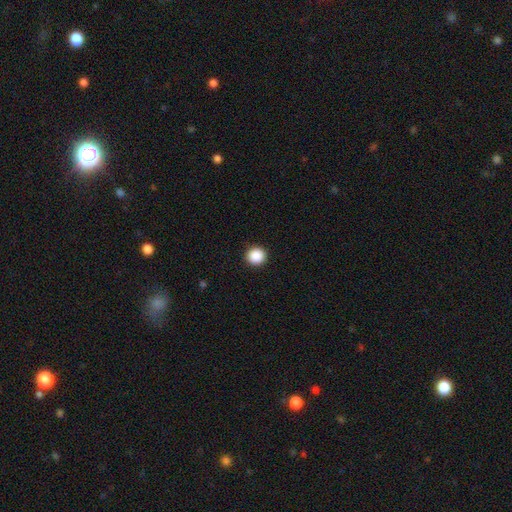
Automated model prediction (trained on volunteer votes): Smooth or featured?
  - smooth: 89% *
  - star or artifact: 9%
  - featured or disk: 2%
How rounded?
  - round: 93% *
  - in between: 6%
  - cigar-shaped: 1%
Merging?
  - none: 93% *
  - minor disturbance: 5%
  - major disturbance: 2%
  - merger: 1%